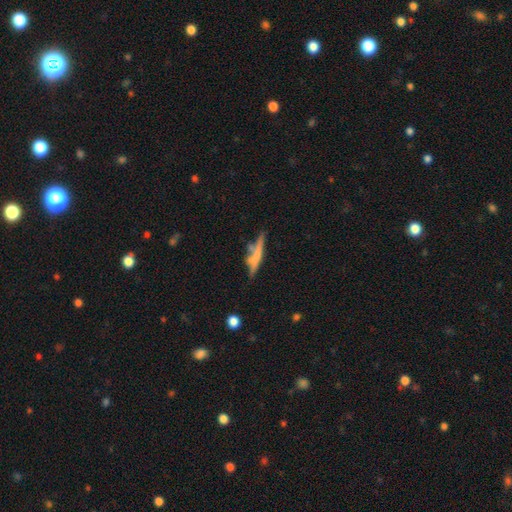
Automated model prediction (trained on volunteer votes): smooth 50%, featured or disk 42%, star or artifact 8%. Down the decision tree: merging — none (55%).